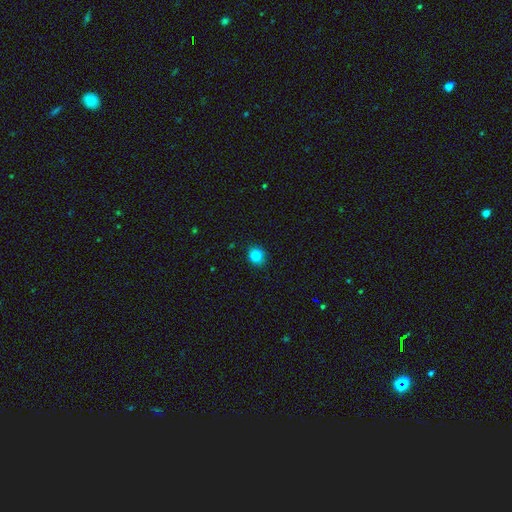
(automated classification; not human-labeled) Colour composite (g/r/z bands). It shows a smooth galaxy with no disk features (83%) that is round (75%). Merging: none (88%).